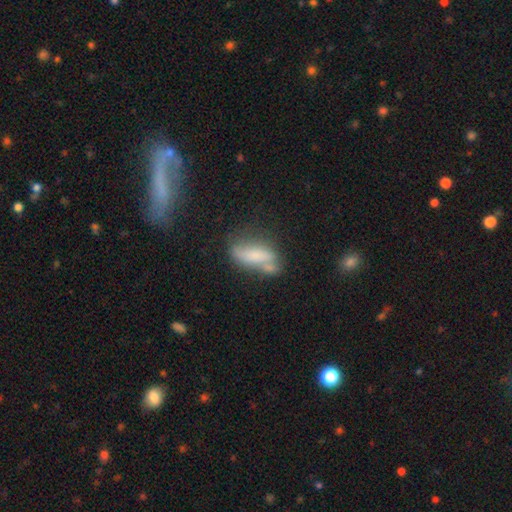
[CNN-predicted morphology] Smooth or featured? Predicted: smooth (p=0.60). How rounded? Predicted: in between (p=0.58). Merging? Predicted: none (p=0.38).